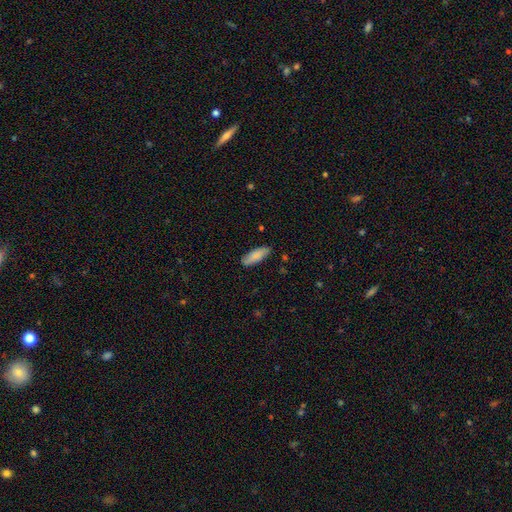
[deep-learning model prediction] Smooth or featured? smooth (83%)
How rounded? in between (63%)
Merging? none (83%)